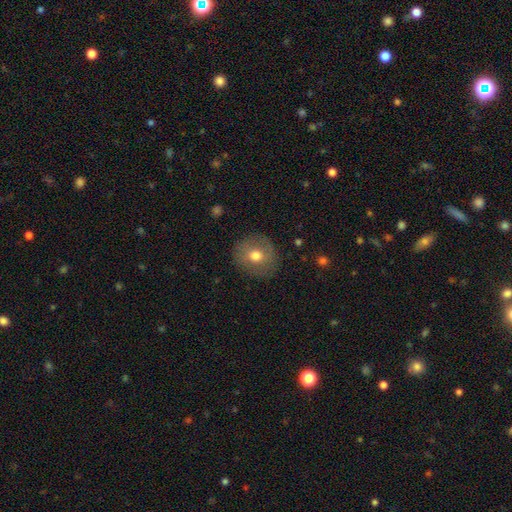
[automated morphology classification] Smooth or featured? smooth (68%)
How rounded? round (83%)
Merging? none (85%)